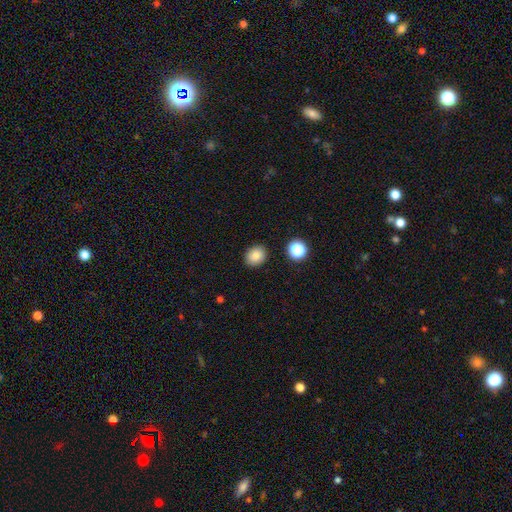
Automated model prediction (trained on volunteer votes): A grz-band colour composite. It shows a smooth galaxy with no disk features (83%) that is round (61%). Merging: none (88%).